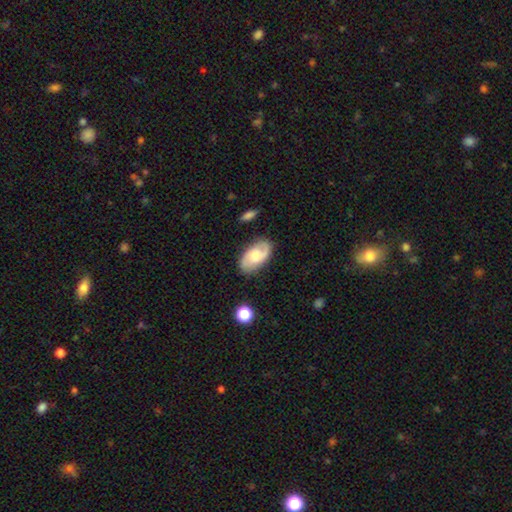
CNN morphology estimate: Q: Smooth or featured?
A: featured or disk (65%); runner-up: smooth (28%)
Q: Edge-on disk?
A: no (96%); runner-up: yes (4%)
Q: Bar?
A: no (57%); runner-up: weak (37%)
Q: Spiral arms?
A: yes (92%); runner-up: no (8%)
Q: Spiral winding?
A: medium (46%); runner-up: loose (29%)
Q: Spiral arm count?
A: 2 (85%); runner-up: can't tell (8%)
Q: Bulge size?
A: moderate (48%); runner-up: small (29%)
Q: Merging?
A: none (80%); runner-up: minor disturbance (14%)